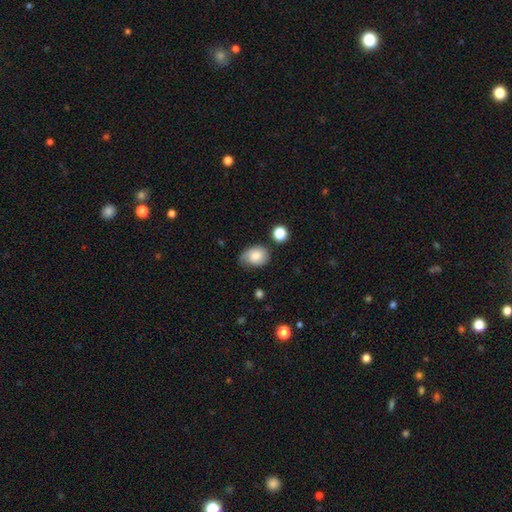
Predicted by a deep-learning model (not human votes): Q: Smooth or featured?
A: smooth (73%); runner-up: featured or disk (18%)
Q: How rounded?
A: in between (62%); runner-up: round (37%)
Q: Merging?
A: none (51%); runner-up: minor disturbance (35%)